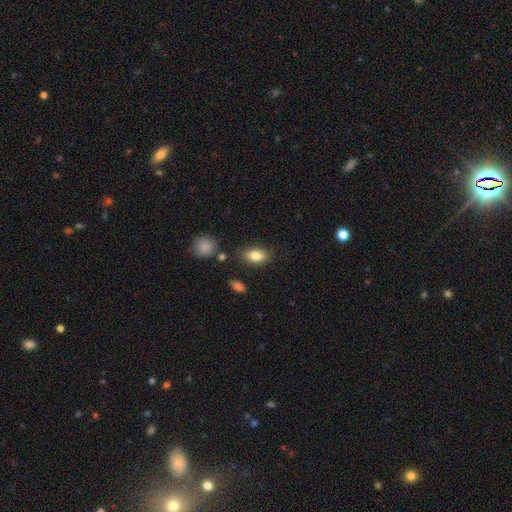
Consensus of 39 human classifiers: Smooth or featured?
  - smooth: 82% *
  - star or artifact: 10%
  - featured or disk: 8%
How rounded?
  - in between: 81% *
  - round: 19%
  - cigar-shaped: 0%
Merging?
  - none: 83% *
  - minor disturbance: 14%
  - merger: 3%
  - major disturbance: 0%